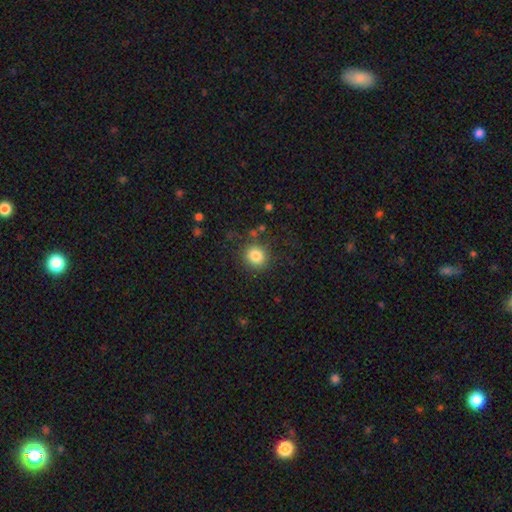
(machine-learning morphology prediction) smooth 84%, star or artifact 10%, featured or disk 6%. Down the decision tree: how rounded — round (86%); merging — none (84%).